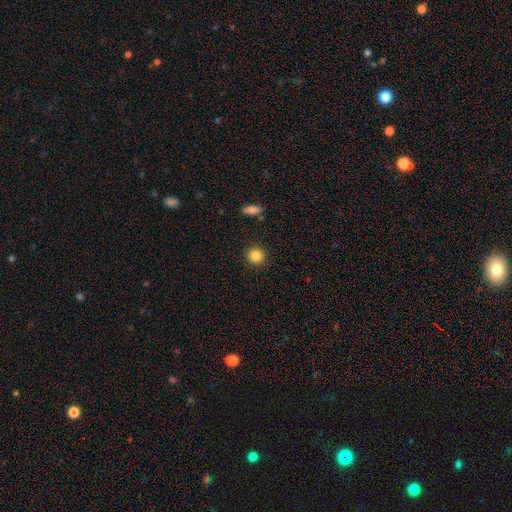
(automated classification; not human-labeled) Overall: smooth (86%). How rounded: round (92%). Merging: none (91%).